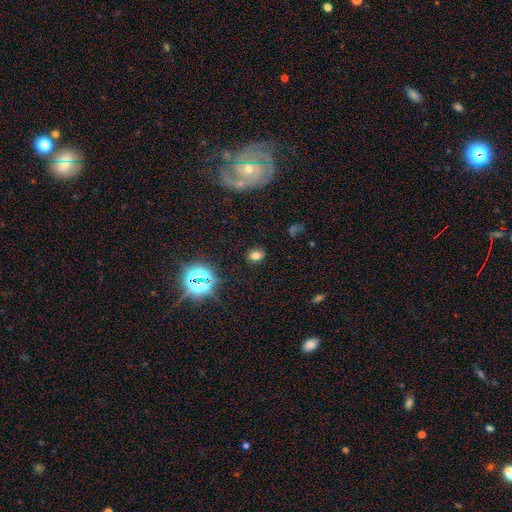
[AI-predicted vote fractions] smooth-or-featured: smooth: 66% | star or artifact: 25% | featured or disk: 9%
  how-rounded: in between: 63% | round: 35% | cigar-shaped: 2%
  merging: none: 85% | minor disturbance: 10% | major disturbance: 3% | merger: 2%